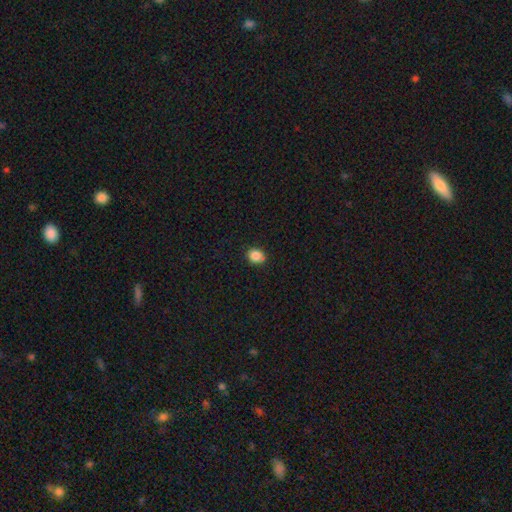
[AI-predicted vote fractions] The model was most divided on "how rounded": round: 65%, in between: 34%, cigar-shaped: 1%. More confident: smooth or featured — smooth (86%); merging — none (82%).